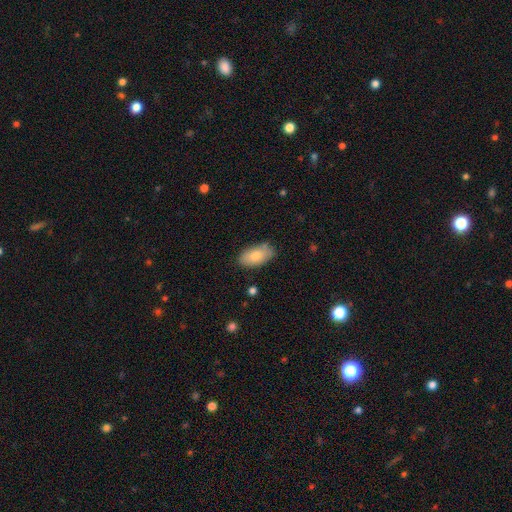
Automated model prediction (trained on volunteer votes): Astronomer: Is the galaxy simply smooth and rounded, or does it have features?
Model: smooth — 80%.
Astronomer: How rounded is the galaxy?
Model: in between — 94%.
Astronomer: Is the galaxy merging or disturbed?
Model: none — 78%.